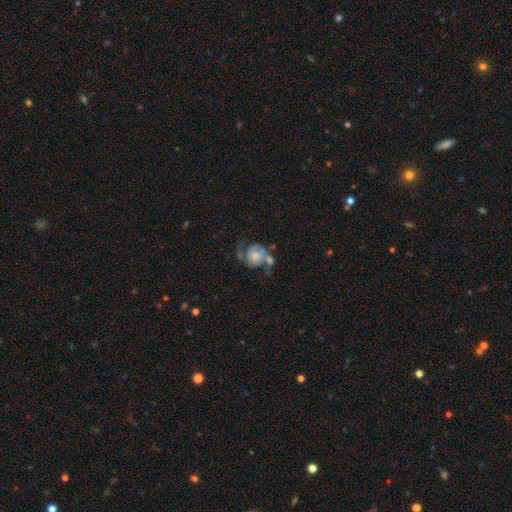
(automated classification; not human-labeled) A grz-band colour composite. It shows a featured or disk galaxy (72%) with no bar (79%), 2 (83%) medium (42%) spiral arms (90%) and a small central bulge (26%). Merging: none (39%).